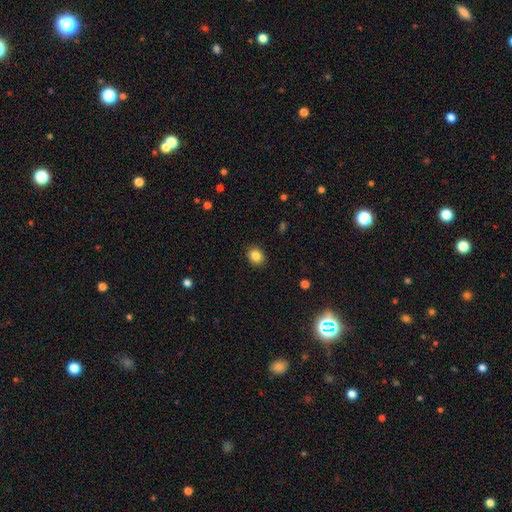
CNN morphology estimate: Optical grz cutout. It shows a smooth galaxy with no disk features (85%) that is round (61%). Merging: none (90%).